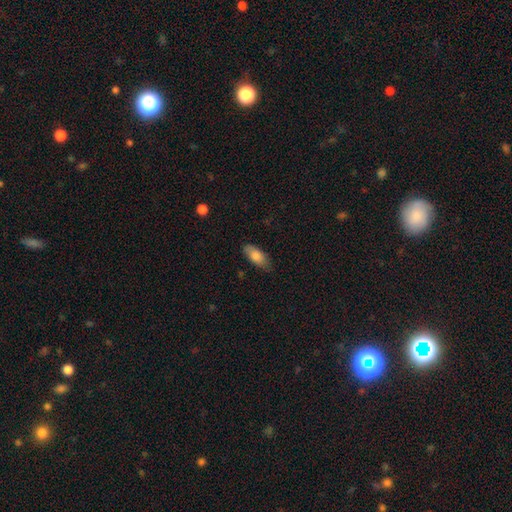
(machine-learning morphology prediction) type=smooth (80%); roundness=in between (85%); merging=none (76%).